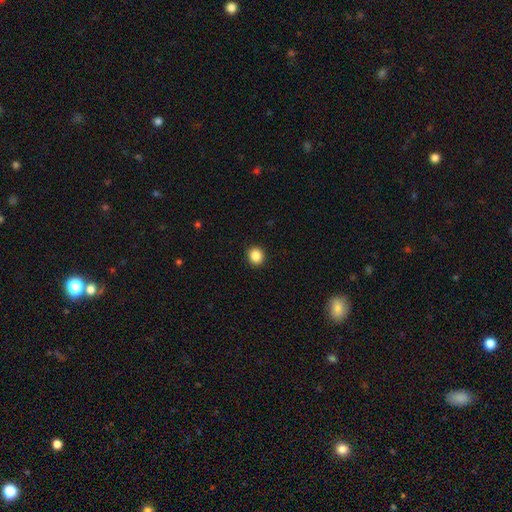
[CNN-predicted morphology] type=smooth (87%); roundness=round (85%); merging=none (92%).